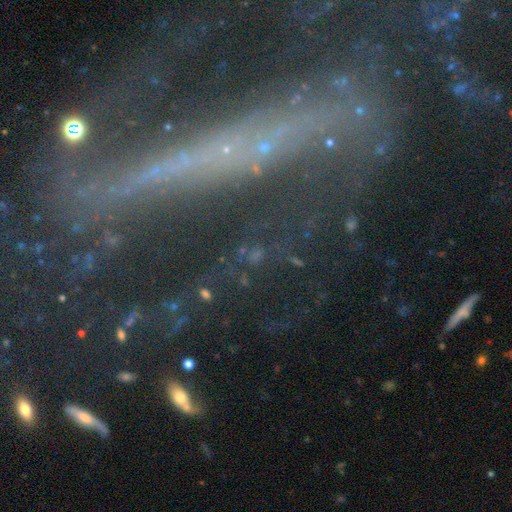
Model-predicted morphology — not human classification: smooth_or_featured: star or artifact (p=0.60) [alt: featured or disk p=0.22]